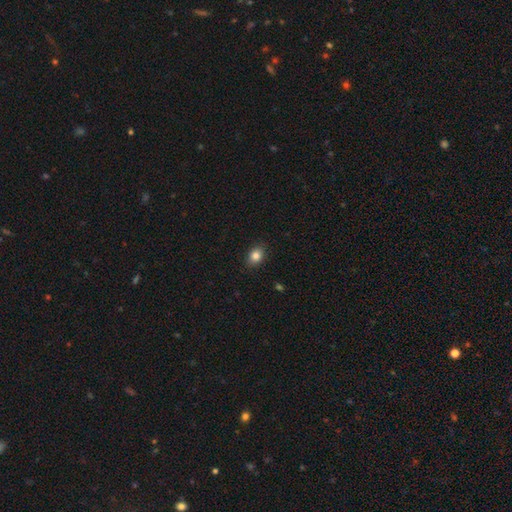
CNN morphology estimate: This is clearly a smooth galaxy (84%). How rounded: likely in between (68%). Merging: clearly none (88%).